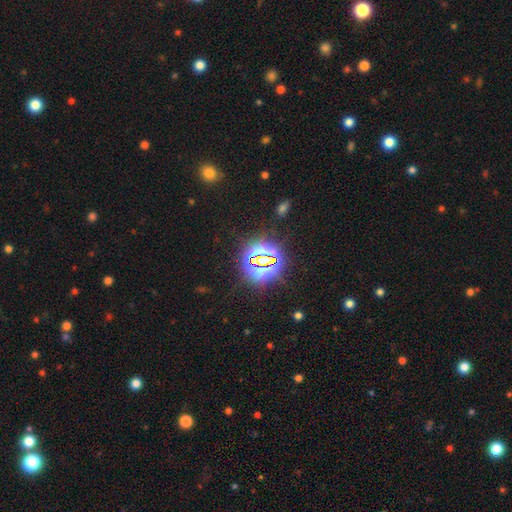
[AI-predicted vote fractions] Morphology: type=star or artifact (80%).